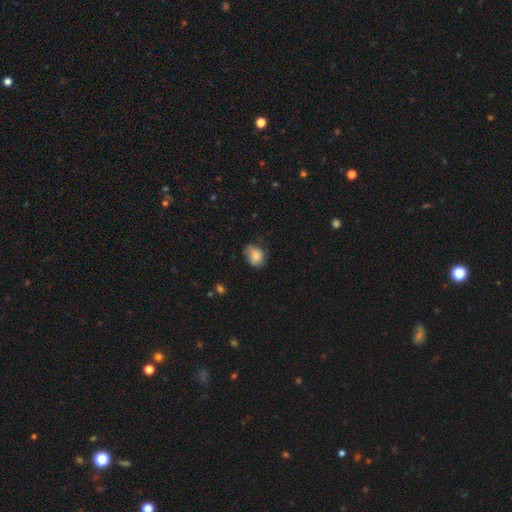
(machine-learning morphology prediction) A smooth galaxy with no disk features (81%) that is in between round and cigar-shaped (55%).

Vote fractions:
- Smooth or featured? smooth: 81% / featured or disk: 10% / star or artifact: 9%
- How rounded? in between: 55% / round: 44% / cigar-shaped: 1%
- Merging? none: 57% / minor disturbance: 32% / major disturbance: 9% / merger: 2%